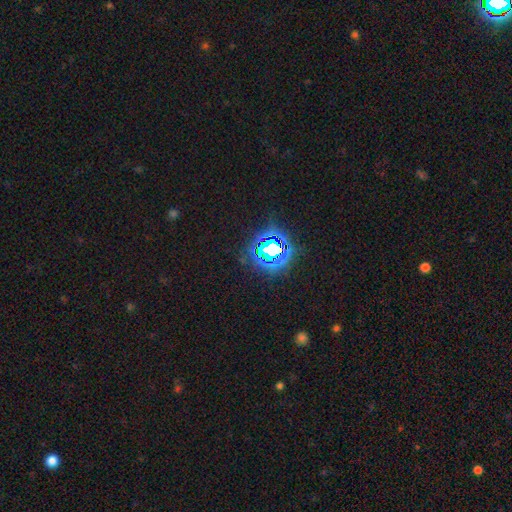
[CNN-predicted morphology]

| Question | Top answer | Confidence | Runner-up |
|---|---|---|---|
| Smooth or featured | star or artifact | 80% | smooth (14%) |